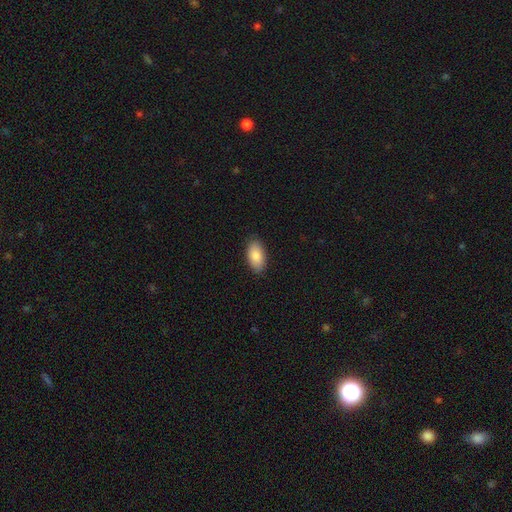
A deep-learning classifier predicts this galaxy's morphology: Smooth or featured? Predicted: smooth (p=0.87). How rounded? Predicted: in between (p=0.95). Merging? Predicted: none (p=0.88).